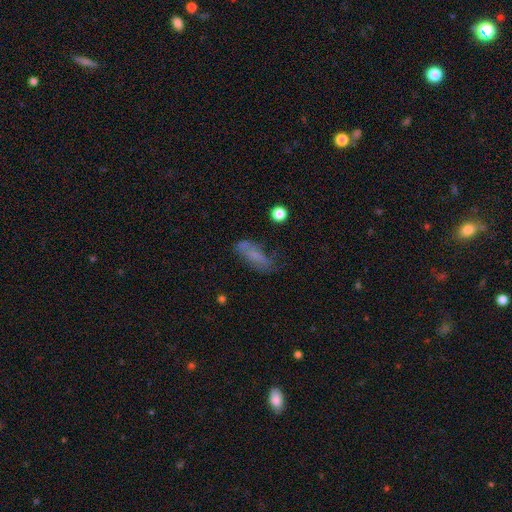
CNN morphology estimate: This is likely a smooth galaxy (61%). How rounded: likely in between (65%). Merging: possibly none (48%).